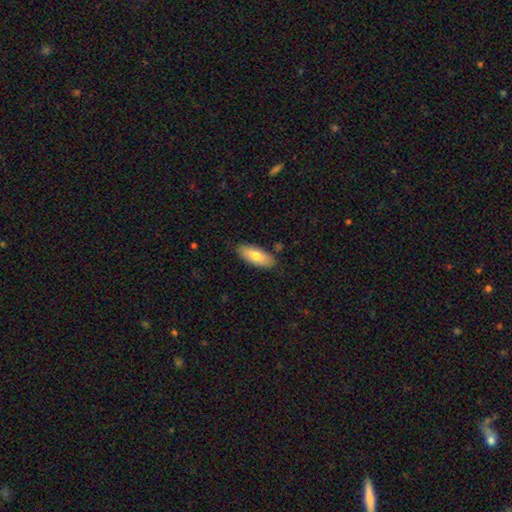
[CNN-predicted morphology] The model was most divided on "smooth or featured": smooth: 74%, featured or disk: 20%, star or artifact: 6%. More confident: merging — none (84%); how rounded — in between (79%).